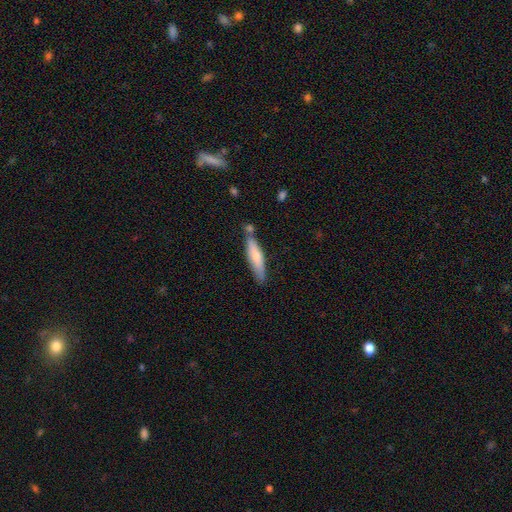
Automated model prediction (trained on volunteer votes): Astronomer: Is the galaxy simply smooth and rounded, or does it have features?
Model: smooth — 68%.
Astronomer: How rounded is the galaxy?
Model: cigar-shaped — 78%.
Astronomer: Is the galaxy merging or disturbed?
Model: none — 67%.